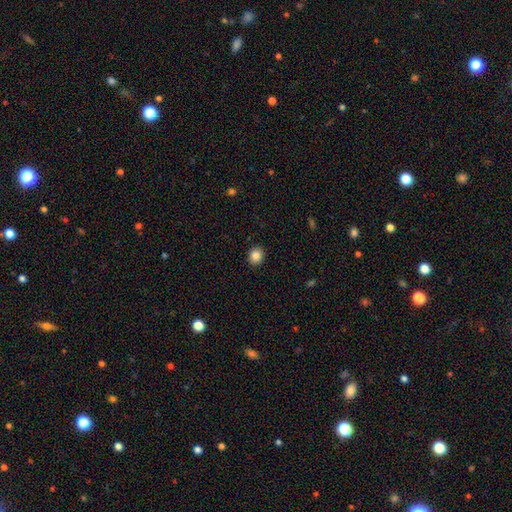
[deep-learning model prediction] A smooth galaxy with no disk features (86%) that is round (76%). Merging: none (91%).